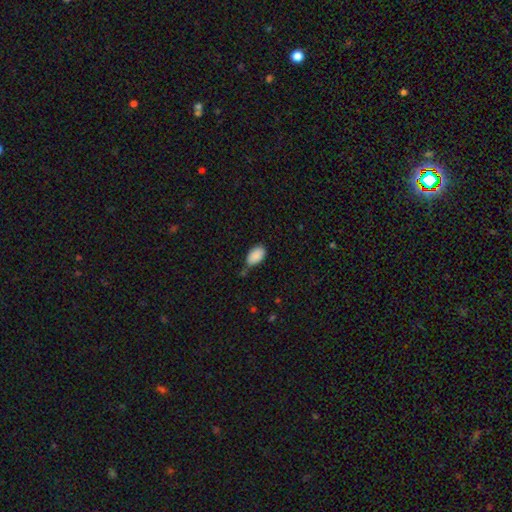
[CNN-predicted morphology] Q: Smooth or featured?
A: smooth (89%); runner-up: star or artifact (7%)
Q: How rounded?
A: in between (94%); runner-up: round (5%)
Q: Merging?
A: none (58%); runner-up: minor disturbance (29%)